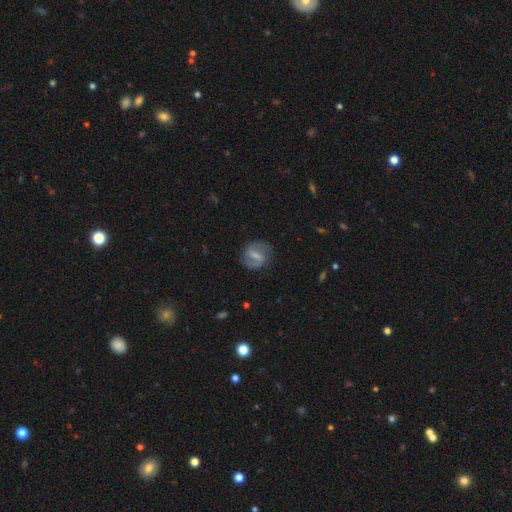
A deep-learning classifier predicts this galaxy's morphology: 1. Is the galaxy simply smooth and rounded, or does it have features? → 58% featured or disk, 35% smooth, 7% star or artifact.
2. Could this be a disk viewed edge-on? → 95% no, 5% yes.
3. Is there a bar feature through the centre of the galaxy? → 47% strong, 41% weak, 12% no.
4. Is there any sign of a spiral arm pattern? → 68% yes, 32% no.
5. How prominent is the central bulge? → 41% small, 32% moderate, 22% none, 4% large, 1% dominant.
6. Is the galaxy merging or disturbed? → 79% none, 14% minor disturbance, 6% major disturbance, 1% merger.